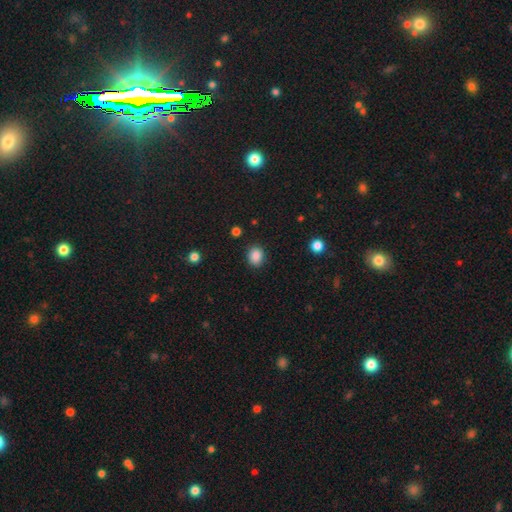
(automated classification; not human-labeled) smooth-or-featured: smooth: 87% | star or artifact: 9% | featured or disk: 3%
  how-rounded: round: 59% | in between: 40% | cigar-shaped: 1%
  merging: none: 88% | minor disturbance: 9% | major disturbance: 2% | merger: 1%